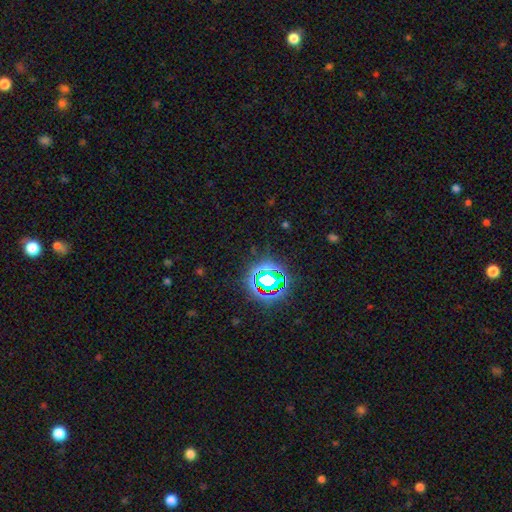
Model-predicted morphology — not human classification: Smooth or featured? star or artifact (79%)